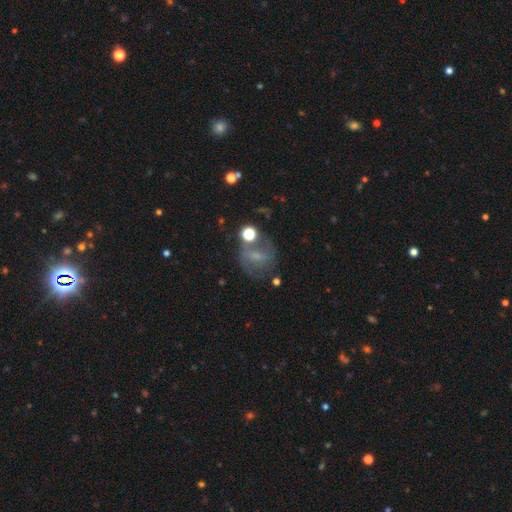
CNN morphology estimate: This is possibly a featured or disk galaxy (47%). Merging: possibly none (58%).